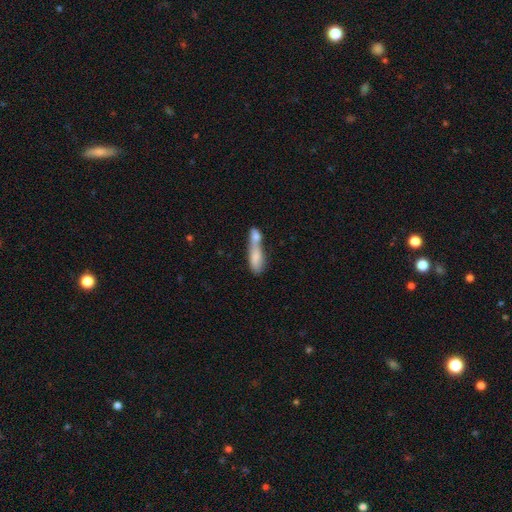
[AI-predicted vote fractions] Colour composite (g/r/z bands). It shows a smooth galaxy with no disk features (71%) that is in between round and cigar-shaped (50%). Merging: merger (72%).